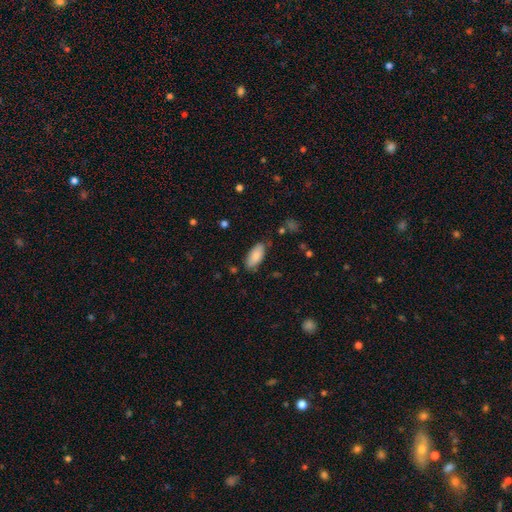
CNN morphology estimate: smooth 86%, featured or disk 8%, star or artifact 6%. Down the decision tree: how rounded — in between (90%); merging — none (79%).